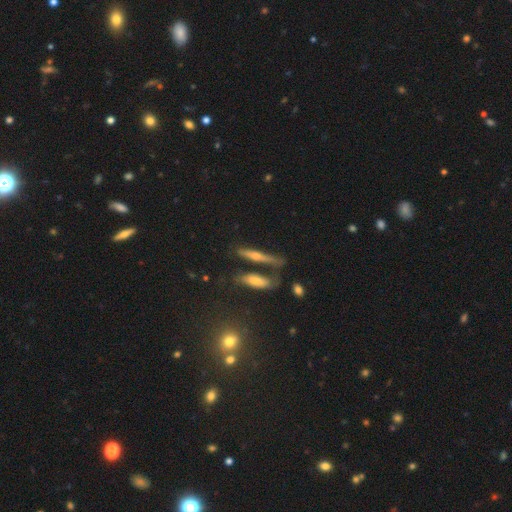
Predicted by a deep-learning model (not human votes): This appears to be a featured or disk galaxy (49%). Merging: none (66%).